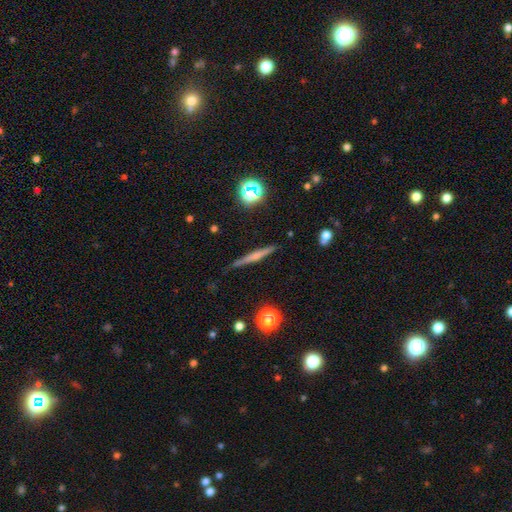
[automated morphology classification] Overall: featured or disk (55%; smooth 35%). Edge-on disk: yes (97%). Edge-on bulge: rounded (51%; none 38%). Merging: none (87%).